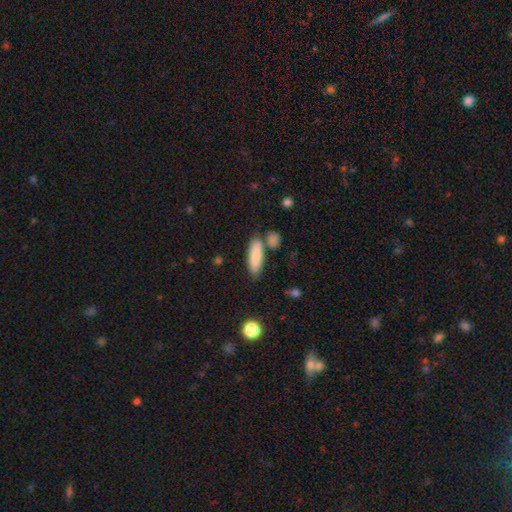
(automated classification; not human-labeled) smooth_or_featured: smooth (p=0.84) [alt: featured or disk p=0.10]
how_rounded: cigar-shaped (p=0.54) [alt: in between p=0.43]
merging: none (p=0.72) [alt: minor disturbance p=0.13]